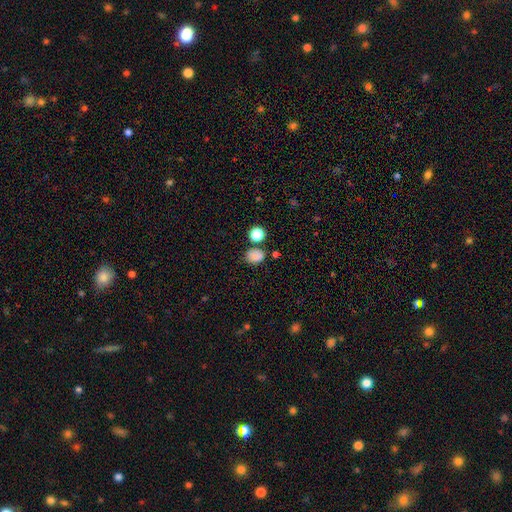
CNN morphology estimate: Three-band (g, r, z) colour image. It shows a smooth galaxy with no disk features (80%) that is round (51%). Merging: none (71%).